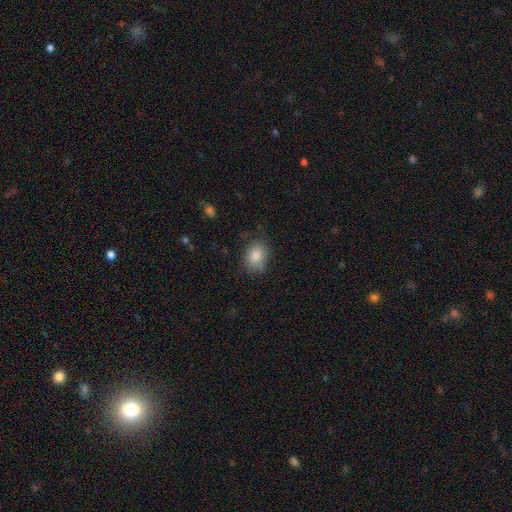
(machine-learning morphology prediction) Smooth or featured?
  - smooth: 85% *
  - star or artifact: 8%
  - featured or disk: 7%
How rounded?
  - in between: 66% *
  - round: 33%
  - cigar-shaped: 1%
Merging?
  - none: 74% *
  - minor disturbance: 20%
  - major disturbance: 5%
  - merger: 1%